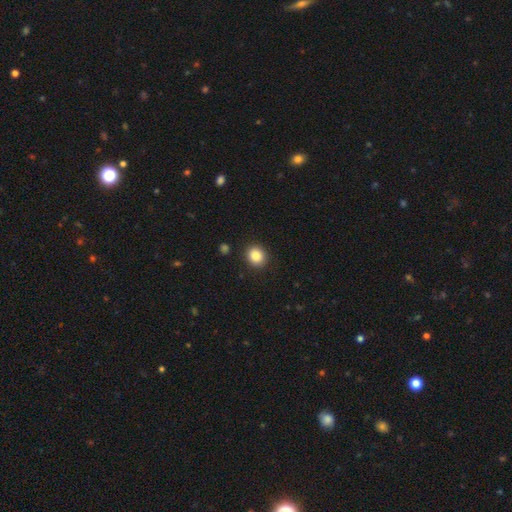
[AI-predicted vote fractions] This appears to be a smooth galaxy with no disk features (87%) that is round (77%). Merging: none (90%).